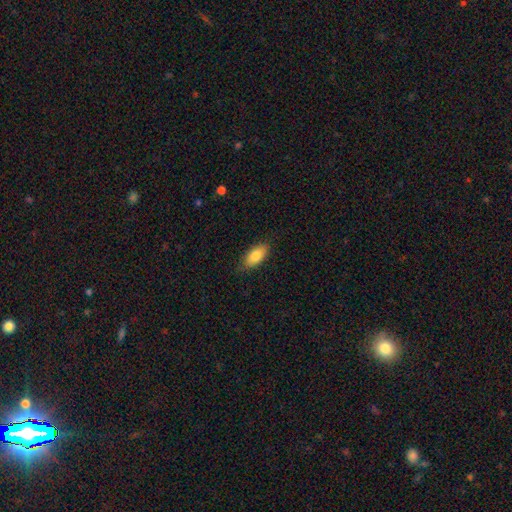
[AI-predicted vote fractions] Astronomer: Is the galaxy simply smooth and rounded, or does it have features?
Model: smooth — 84%.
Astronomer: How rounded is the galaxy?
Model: in between — 88%.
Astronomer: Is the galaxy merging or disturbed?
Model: none — 83%.